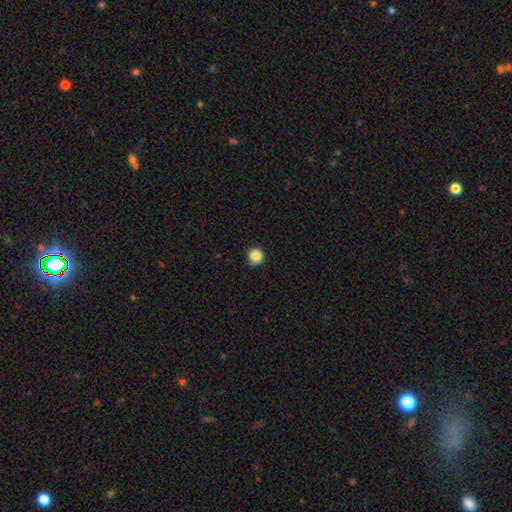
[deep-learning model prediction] smooth 86%, star or artifact 10%, featured or disk 3%. Down the decision tree: how rounded — round (94%); merging — none (80%).